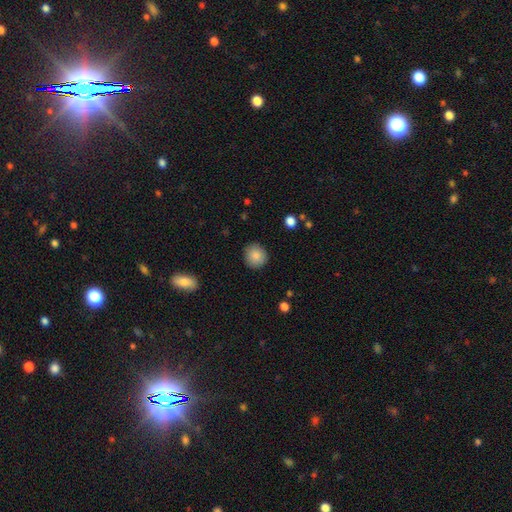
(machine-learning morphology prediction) Q: Smooth or featured?
A: smooth (87%); runner-up: star or artifact (8%)
Q: How rounded?
A: round (90%); runner-up: in between (9%)
Q: Merging?
A: none (90%); runner-up: minor disturbance (7%)